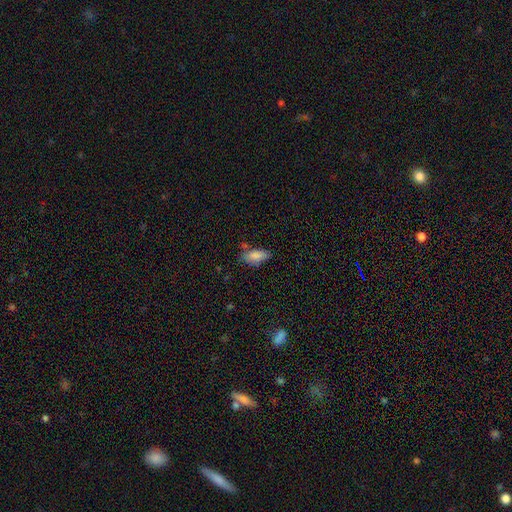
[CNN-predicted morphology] Q: Smooth or featured?
A: smooth (82%); runner-up: featured or disk (9%)
Q: How rounded?
A: in between (87%); runner-up: cigar-shaped (10%)
Q: Merging?
A: none (58%); runner-up: minor disturbance (27%)